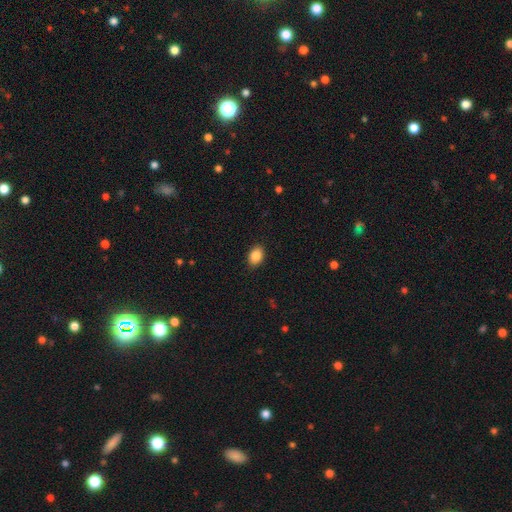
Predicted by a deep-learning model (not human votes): Q: Smooth or featured?
A: smooth (87%); runner-up: star or artifact (8%)
Q: How rounded?
A: in between (80%); runner-up: round (19%)
Q: Merging?
A: none (89%); runner-up: minor disturbance (8%)